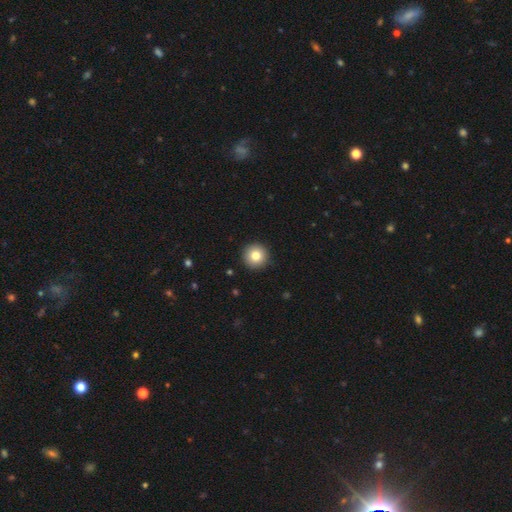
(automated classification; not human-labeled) Morphology: type=smooth (82%); roundness=round (96%); merging=none (92%).